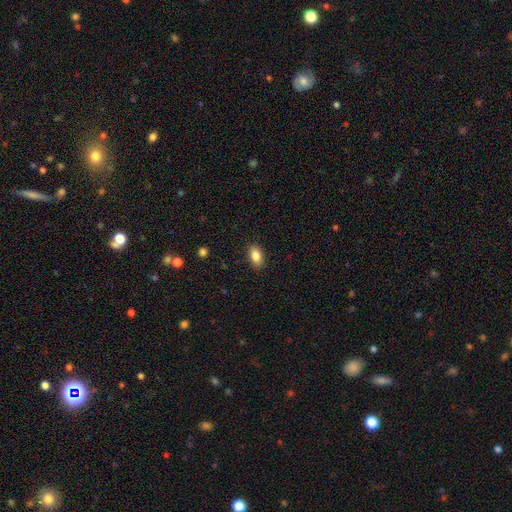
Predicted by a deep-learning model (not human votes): A smooth galaxy with no disk features (86%) that is in between round and cigar-shaped (90%). Merging: none (88%).